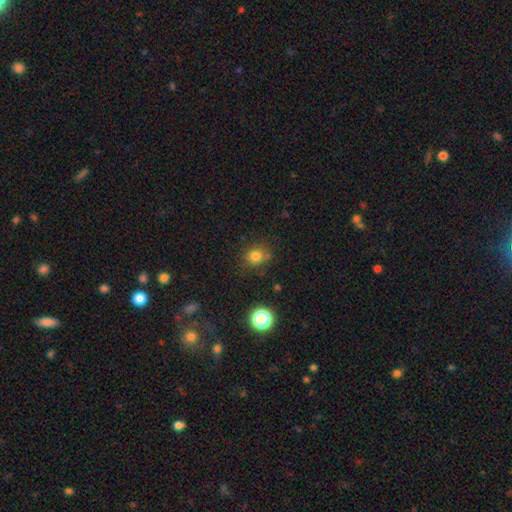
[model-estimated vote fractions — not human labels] This is likely a smooth galaxy (77%). How rounded: likely round (73%). Merging: likely none (73%).